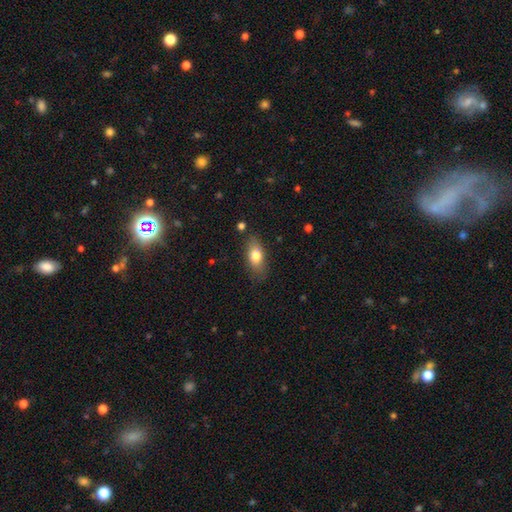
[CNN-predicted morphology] Smooth or featured? smooth (76%)
How rounded? in between (83%)
Merging? none (79%)